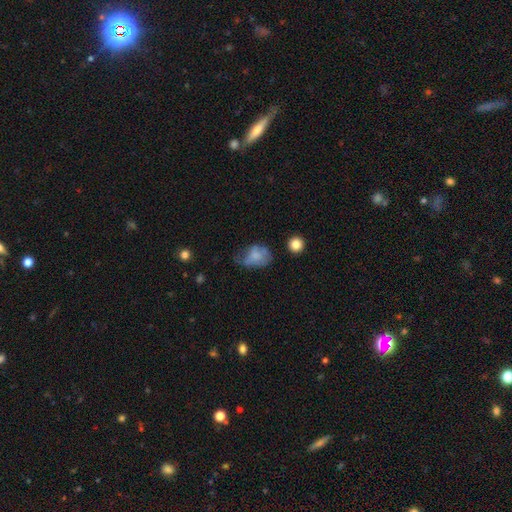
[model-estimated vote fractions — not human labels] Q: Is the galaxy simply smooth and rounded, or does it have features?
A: smooth — 64%.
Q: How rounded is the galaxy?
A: in between — 68%.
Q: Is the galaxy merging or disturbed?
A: minor disturbance — 35%.